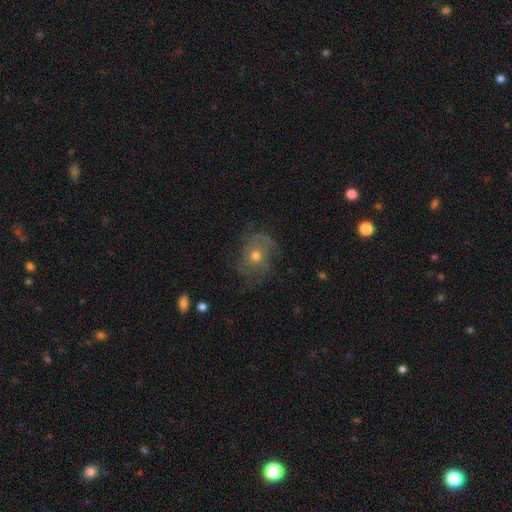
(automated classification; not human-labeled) Morphology: type=featured or disk (58%); edge-on=no (96%); bar=no (86%); spiral arms=yes (71%); bulge=moderate (66%); merging=none (62%).